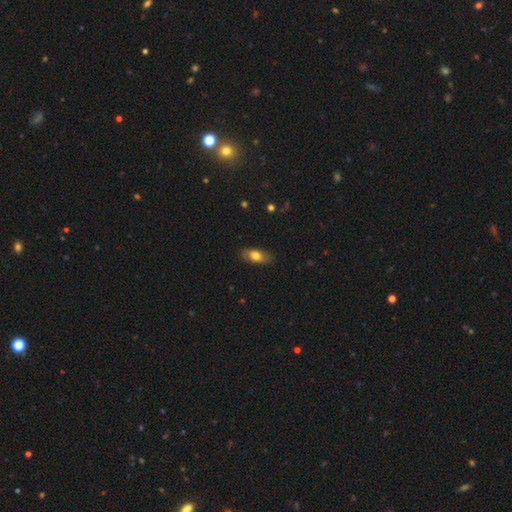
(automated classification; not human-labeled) smooth_or_featured: smooth (p=0.74) [alt: featured or disk p=0.19]
how_rounded: in between (p=0.83) [alt: cigar-shaped p=0.12]
merging: none (p=0.85) [alt: minor disturbance p=0.11]